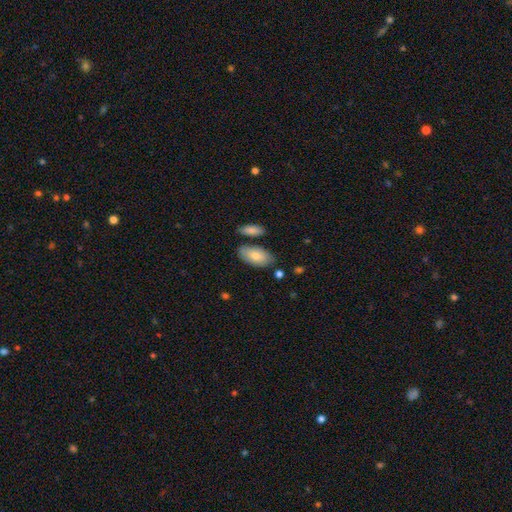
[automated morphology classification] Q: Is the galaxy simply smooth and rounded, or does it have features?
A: smooth — 77%.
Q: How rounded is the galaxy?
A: in between — 93%.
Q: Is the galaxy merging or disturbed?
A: none — 69%.